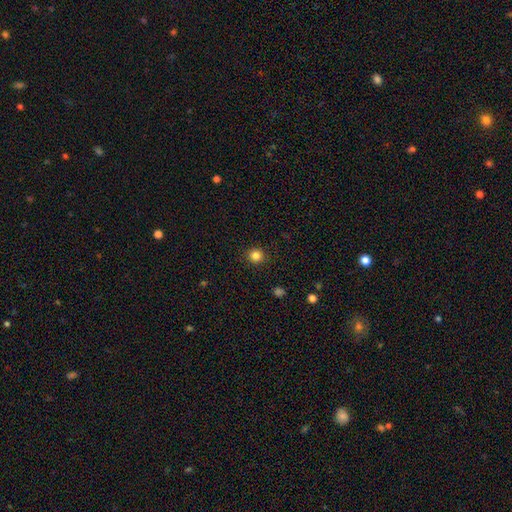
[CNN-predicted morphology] Smooth or featured? smooth (84%)
How rounded? round (93%)
Merging? none (92%)